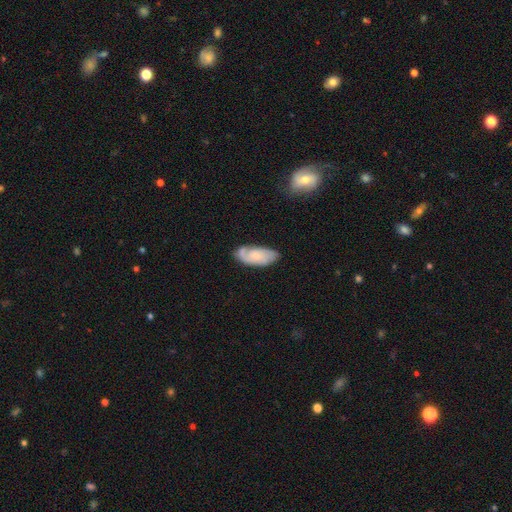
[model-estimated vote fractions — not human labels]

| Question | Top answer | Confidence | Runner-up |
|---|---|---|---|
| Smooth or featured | smooth | 50% | featured or disk (43%) |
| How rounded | in between | 85% | cigar-shaped (13%) |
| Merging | none | 61% | minor disturbance (26%) |